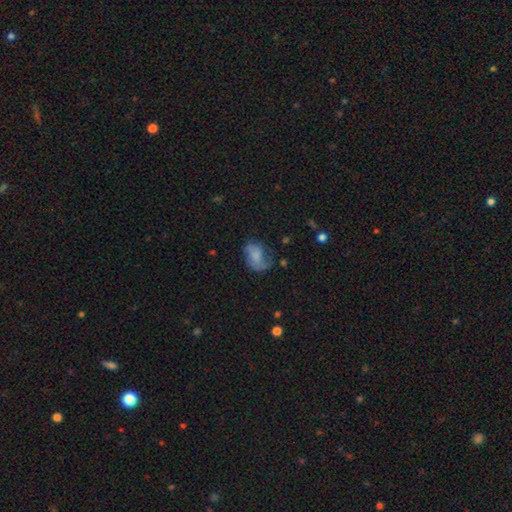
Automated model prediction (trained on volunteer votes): Q: Smooth or featured?
A: smooth (52%); runner-up: featured or disk (38%)
Q: How rounded?
A: in between (79%); runner-up: round (19%)
Q: Merging?
A: none (40%); runner-up: minor disturbance (29%)